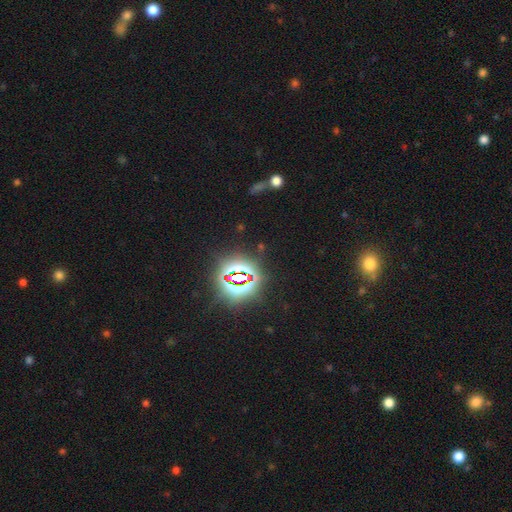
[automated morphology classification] Overall: star or artifact (79%).